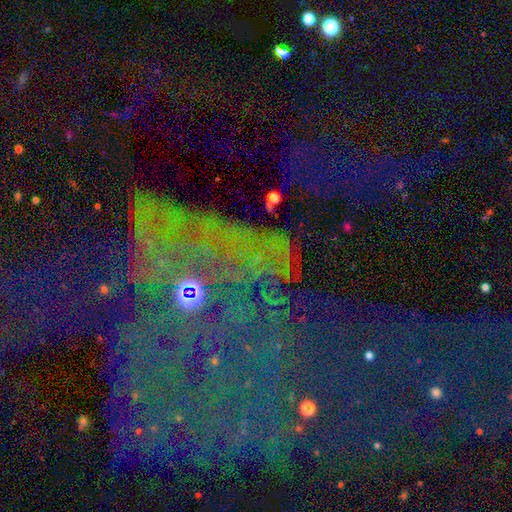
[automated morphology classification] Q: Smooth or featured?
A: star or artifact (68%); runner-up: featured or disk (19%)